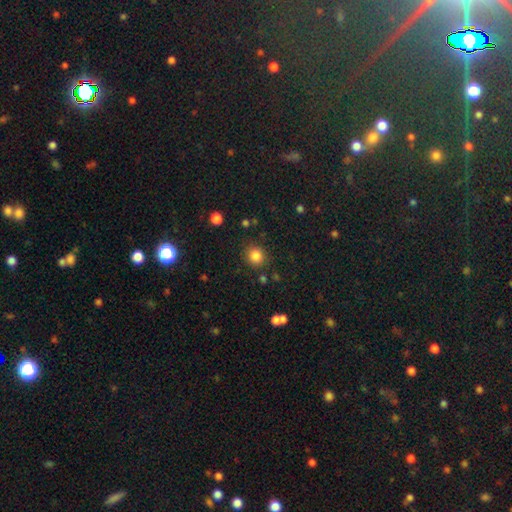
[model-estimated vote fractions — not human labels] Smooth or featured: smooth — 84% (star or artifact — 11%)
How rounded: round — 86% (in between — 13%)
Merging: none — 85% (minor disturbance — 9%)